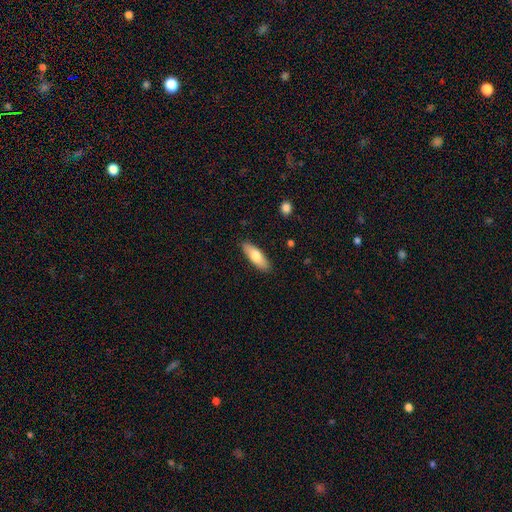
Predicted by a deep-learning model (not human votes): Morphology: type=smooth (75%); roundness=in between (64%); merging=none (87%).